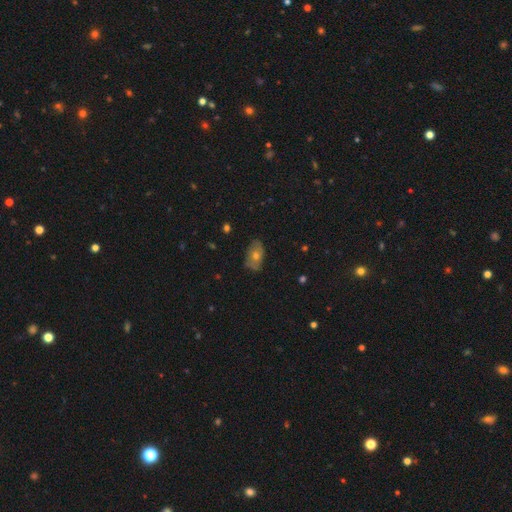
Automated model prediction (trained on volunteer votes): smooth-or-featured: smooth: 49% | featured or disk: 37% | star or artifact: 14%
  merging: none: 76% | minor disturbance: 19% | major disturbance: 4% | merger: 1%